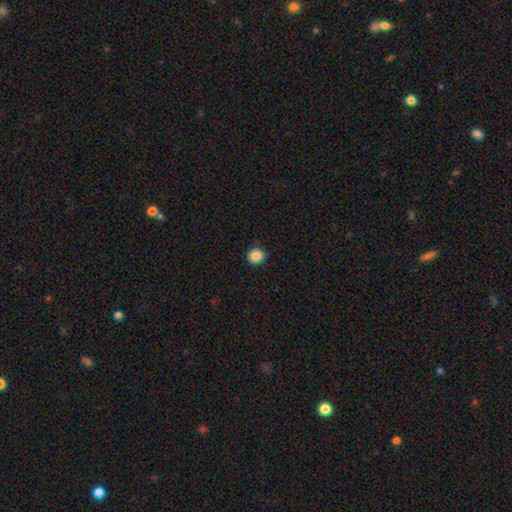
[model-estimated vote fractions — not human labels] Smooth or featured: smooth — 86% (star or artifact — 10%)
How rounded: round — 90% (in between — 9%)
Merging: none — 91% (minor disturbance — 6%)